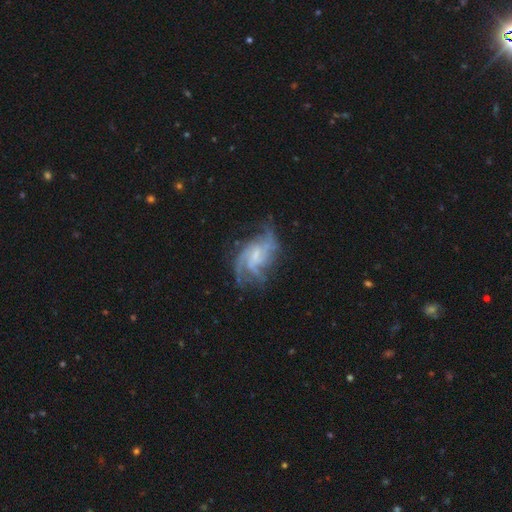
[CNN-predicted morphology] Smooth or featured: featured or disk — 83% (smooth — 9%)
Edge-on disk: no — 97% (yes — 3%)
Bar: no — 45% (weak — 44%)
Spiral arms: yes — 94% (no — 6%)
Spiral winding: medium — 46% (tight — 28%)
Spiral arm count: 3 — 27% (can't tell — 24%)
Bulge size: small — 50% (none — 23%)
Merging: none — 60% (minor disturbance — 20%)